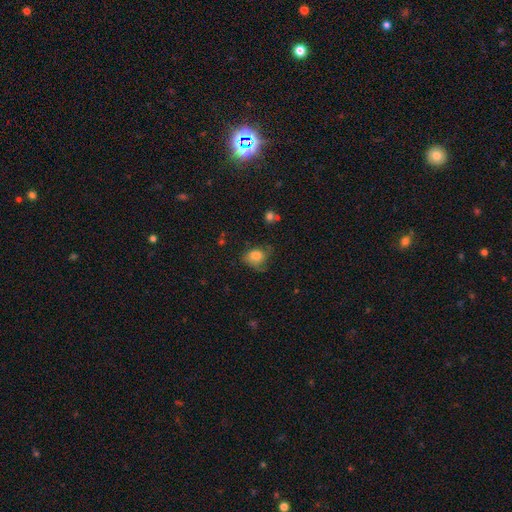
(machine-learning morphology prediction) Smooth or featured?
  - smooth: 76% *
  - featured or disk: 14%
  - star or artifact: 10%
How rounded?
  - in between: 55% *
  - round: 44%
  - cigar-shaped: 1%
Merging?
  - none: 46% *
  - minor disturbance: 32%
  - major disturbance: 19%
  - merger: 3%